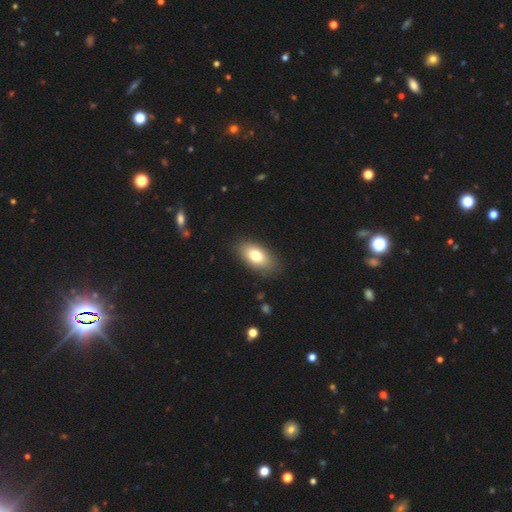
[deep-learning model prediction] This is likely a smooth galaxy (78%). How rounded: clearly in between (91%). Merging: clearly none (85%).